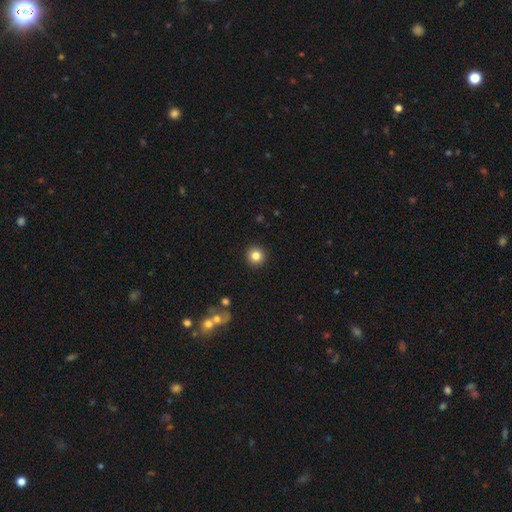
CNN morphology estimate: A smooth galaxy with no disk features (83%) that is round (95%). Merging: none (93%).